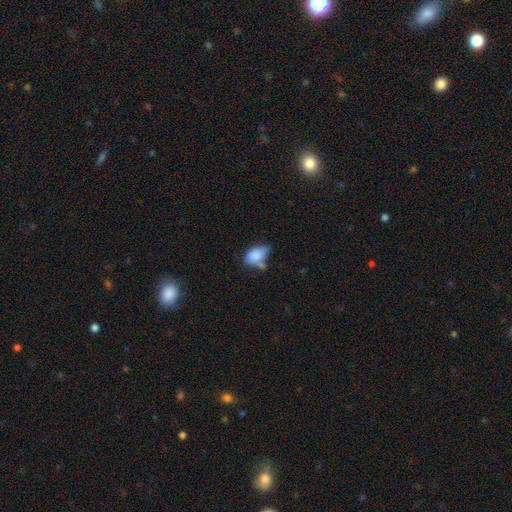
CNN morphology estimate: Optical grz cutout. It shows a smooth galaxy with no disk features (80%) that is in between round and cigar-shaped (88%). Merging: none (36%).